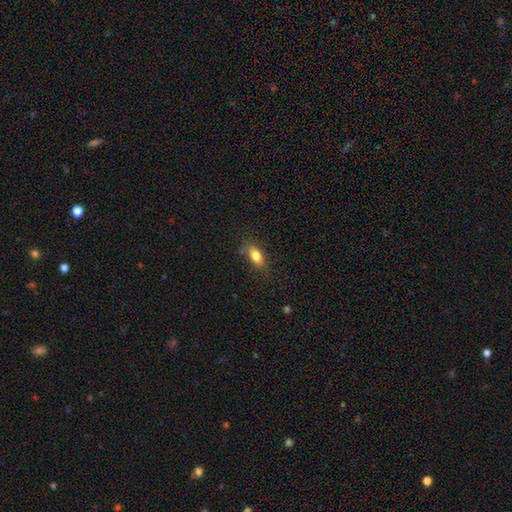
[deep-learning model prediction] smooth_or_featured: smooth (p=0.80) [alt: featured or disk p=0.11]
how_rounded: in between (p=0.83) [alt: cigar-shaped p=0.11]
merging: none (p=0.75) [alt: minor disturbance p=0.18]